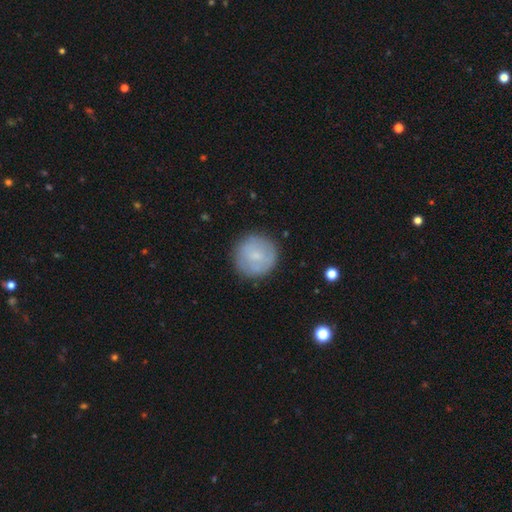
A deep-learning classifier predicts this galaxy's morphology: This appears to be a smooth galaxy with no disk features (68%) that is round (95%). Merging: none (85%).